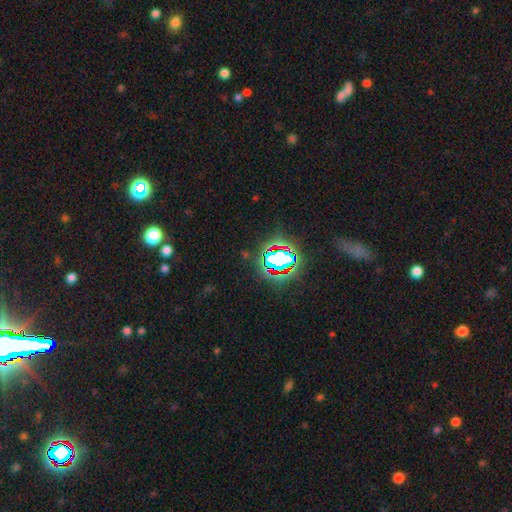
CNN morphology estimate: This is clearly a star or artifact rather than a galaxy (81%).